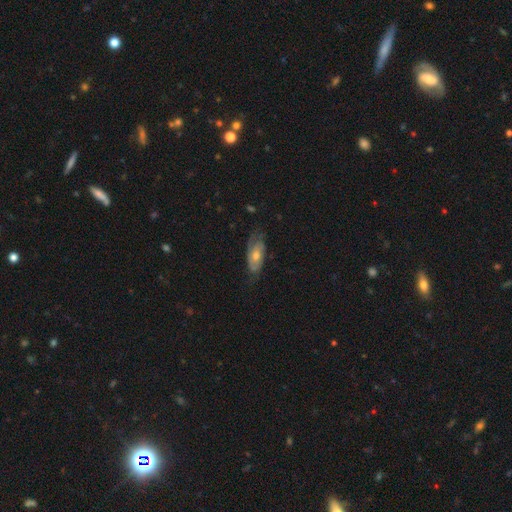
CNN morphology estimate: A featured or disk galaxy (63%) with no bar (76%), spiral arms (79%) and a moderate central bulge (60%). Merging: none (65%).